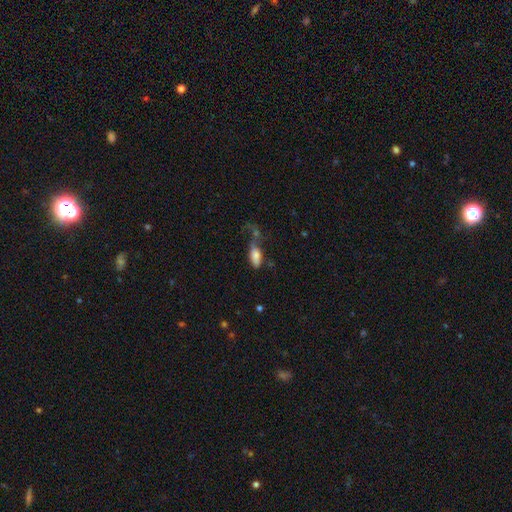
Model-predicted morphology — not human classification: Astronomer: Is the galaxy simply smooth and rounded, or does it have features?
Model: smooth — 75%.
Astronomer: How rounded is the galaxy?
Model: in between — 78%.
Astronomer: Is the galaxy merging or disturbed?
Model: none — 30% (runner-up: major disturbance, 27%).